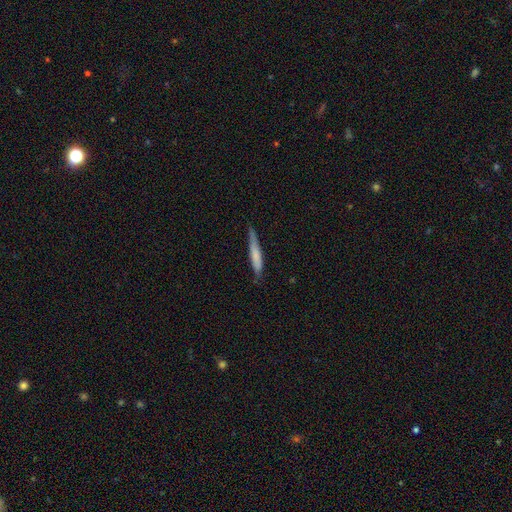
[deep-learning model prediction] Q: Smooth or featured?
A: smooth (67%); runner-up: featured or disk (27%)
Q: How rounded?
A: cigar-shaped (92%); runner-up: in between (7%)
Q: Merging?
A: none (72%); runner-up: minor disturbance (22%)